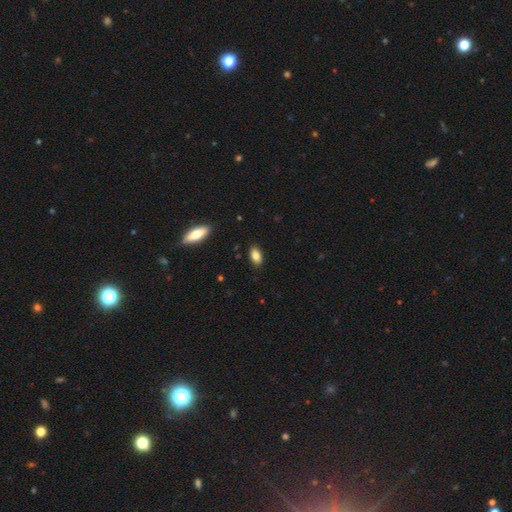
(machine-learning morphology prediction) smooth-or-featured: smooth: 84% | featured or disk: 9% | star or artifact: 8%
  how-rounded: in between: 89% | cigar-shaped: 6% | round: 5%
  merging: none: 87% | minor disturbance: 10% | major disturbance: 2% | merger: 1%